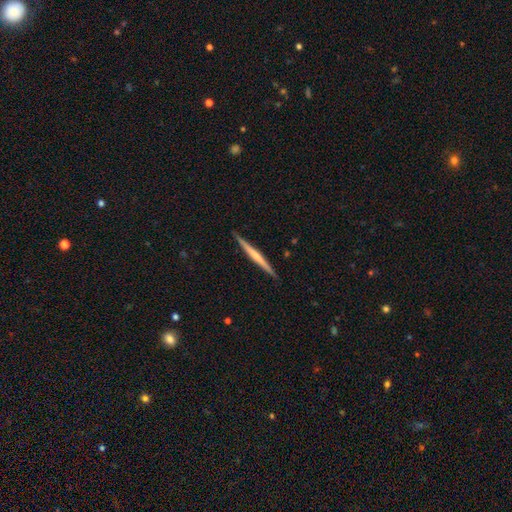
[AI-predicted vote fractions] This appears to be a featured or disk galaxy (62%) viewed edge-on (98%) with no central bulge (56%). Merging: none (91%).